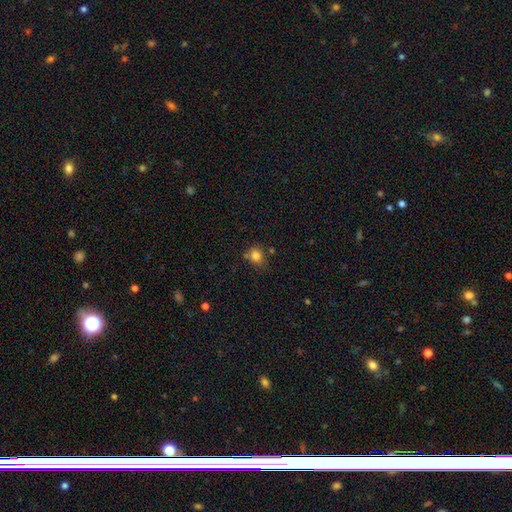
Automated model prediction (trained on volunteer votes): Smooth or featured?
  - smooth: 81% *
  - star or artifact: 12%
  - featured or disk: 7%
How rounded?
  - round: 64% *
  - in between: 35%
  - cigar-shaped: 1%
Merging?
  - none: 65% *
  - minor disturbance: 20%
  - merger: 9%
  - major disturbance: 5%